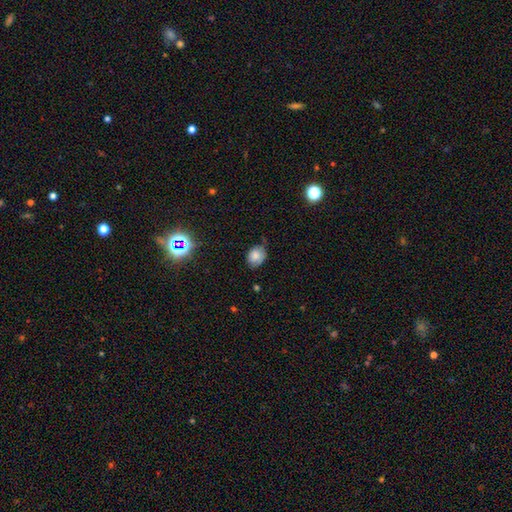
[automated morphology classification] Smooth or featured: smooth — 76% (featured or disk — 12%)
How rounded: in between — 59% (round — 40%)
Merging: none — 57% (minor disturbance — 34%)